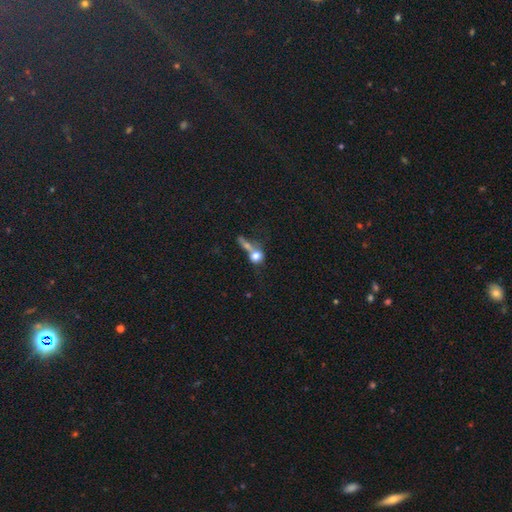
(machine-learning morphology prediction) A smooth galaxy with no disk features (70%) that is round (64%).

Vote fractions:
- Smooth or featured? smooth: 70% / featured or disk: 19% / star or artifact: 11%
- How rounded? round: 64% / in between: 30% / cigar-shaped: 6%
- Merging? merger: 58% / none: 21% / major disturbance: 12% / minor disturbance: 9%